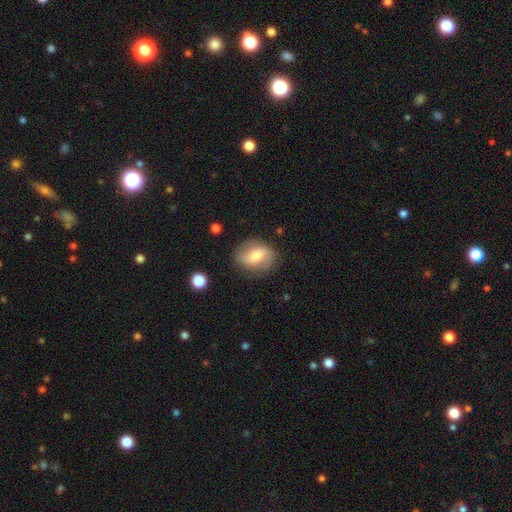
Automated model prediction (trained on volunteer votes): The model was most divided on "smooth or featured": smooth: 47%, featured or disk: 46%, star or artifact: 8%. More confident: merging — none (78%).